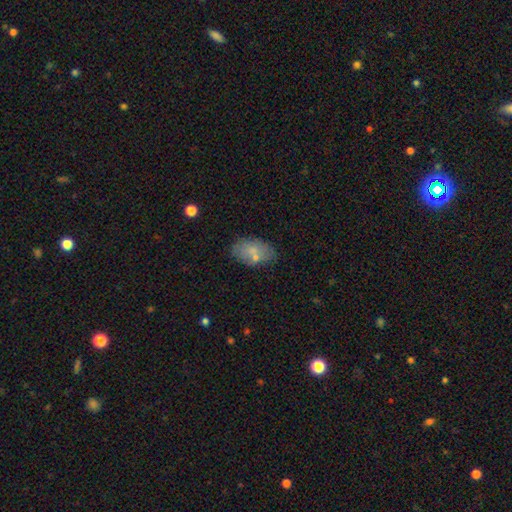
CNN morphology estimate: Q: Smooth or featured?
A: smooth (68%); runner-up: featured or disk (20%)
Q: How rounded?
A: in between (90%); runner-up: round (7%)
Q: Merging?
A: none (74%); runner-up: minor disturbance (15%)